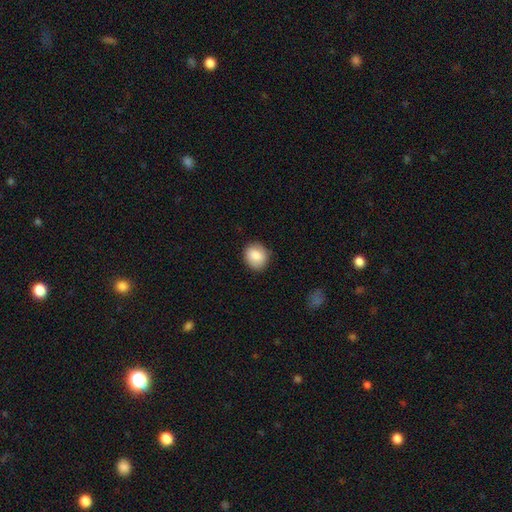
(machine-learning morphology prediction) Smooth or featured? smooth (85%)
How rounded? round (71%)
Merging? none (84%)